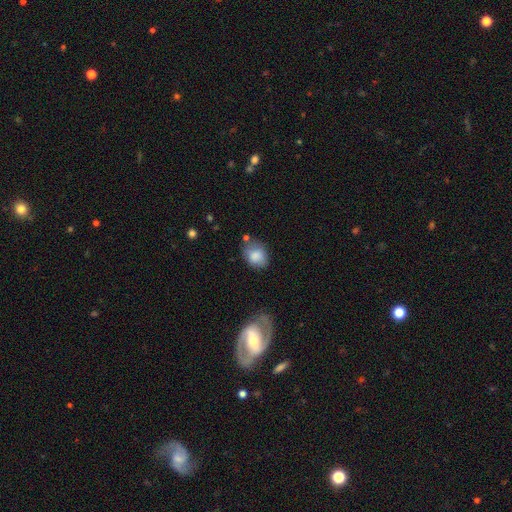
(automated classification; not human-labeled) Smooth or featured? Predicted: smooth (p=0.82). How rounded? Predicted: in between (p=0.60). Merging? Predicted: none (p=0.60).